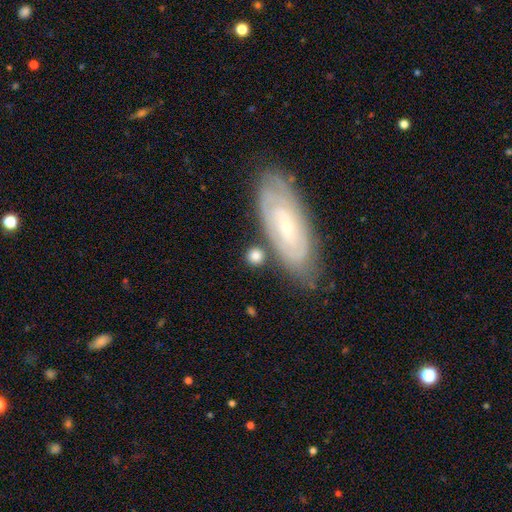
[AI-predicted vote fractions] Smooth or featured? smooth (74%)
How rounded? round (76%)
Merging? none (75%)